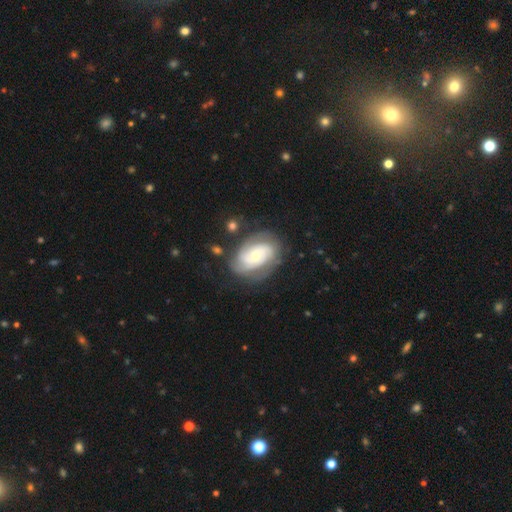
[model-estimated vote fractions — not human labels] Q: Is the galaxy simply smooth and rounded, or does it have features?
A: featured or disk — 79%.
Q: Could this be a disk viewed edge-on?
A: no — 96%.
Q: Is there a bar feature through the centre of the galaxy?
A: no — 72%.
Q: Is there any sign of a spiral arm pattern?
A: yes — 92%.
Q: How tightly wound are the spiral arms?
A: tight — 58%.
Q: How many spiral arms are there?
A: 2 — 43%.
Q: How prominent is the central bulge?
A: moderate — 54%.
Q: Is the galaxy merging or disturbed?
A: none — 69%.